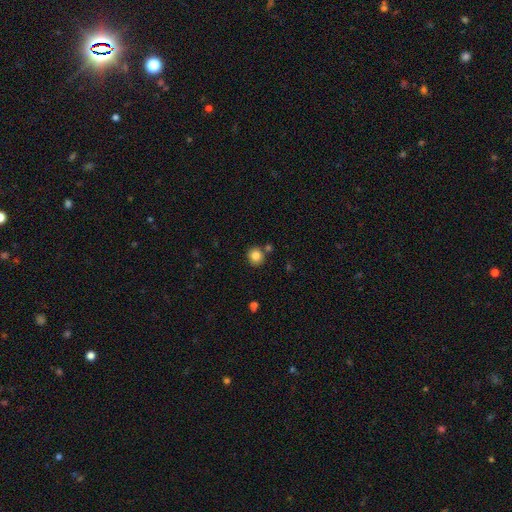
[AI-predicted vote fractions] Morphology: type=smooth (83%); roundness=round (88%); merging=none (81%).